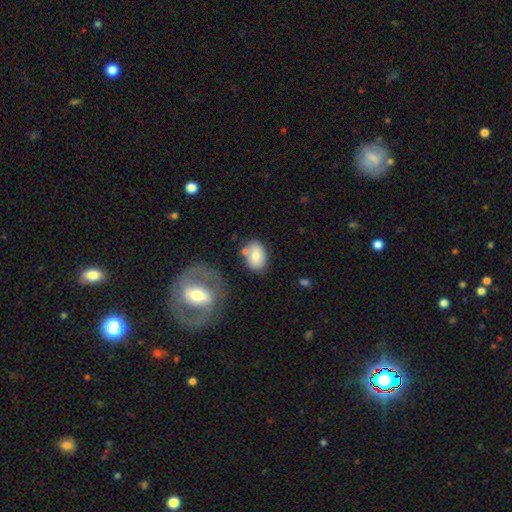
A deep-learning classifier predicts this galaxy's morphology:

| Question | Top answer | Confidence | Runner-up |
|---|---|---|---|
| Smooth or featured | smooth | 75% | featured or disk (18%) |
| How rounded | in between | 81% | round (18%) |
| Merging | none | 62% | minor disturbance (16%) |